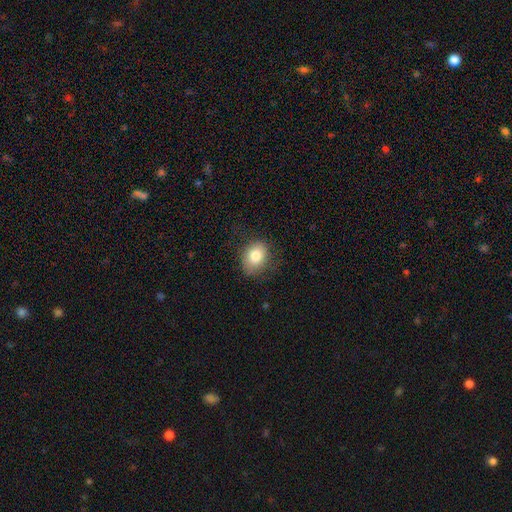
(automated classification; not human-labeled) Smooth or featured?
  - smooth: 80% *
  - featured or disk: 10%
  - star or artifact: 9%
How rounded?
  - round: 53% *
  - in between: 46%
  - cigar-shaped: 1%
Merging?
  - none: 76% *
  - minor disturbance: 17%
  - major disturbance: 6%
  - merger: 1%